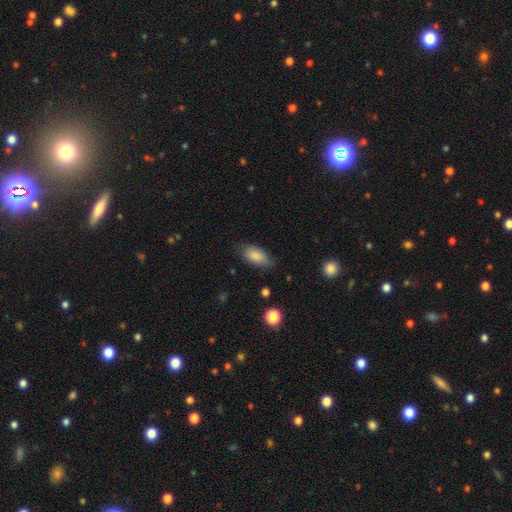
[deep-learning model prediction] smooth_or_featured: smooth (p=0.86) [alt: featured or disk p=0.08]
how_rounded: in between (p=0.90) [alt: cigar-shaped p=0.07]
merging: none (p=0.75) [alt: minor disturbance p=0.19]